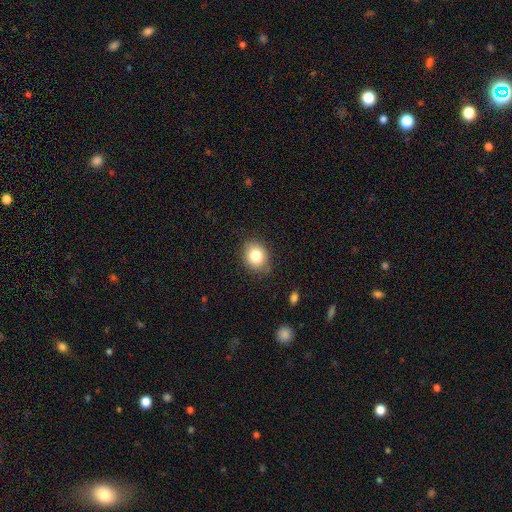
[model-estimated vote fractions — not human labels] This appears to be a smooth galaxy with no disk features (81%) that is round (61%). Merging: none (83%).